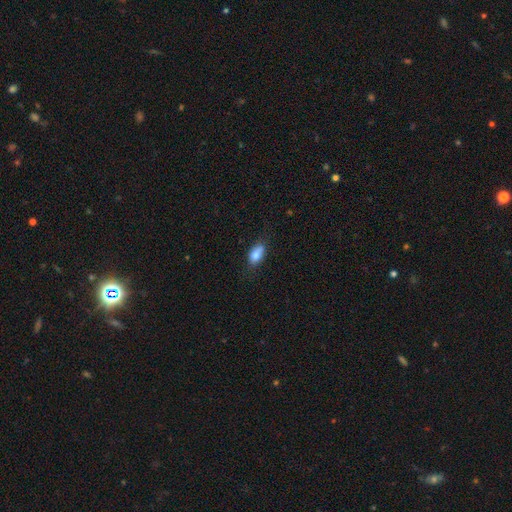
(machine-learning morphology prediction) smooth 79%, featured or disk 12%, star or artifact 8%. Down the decision tree: how rounded — in between (87%); merging — none (64%).